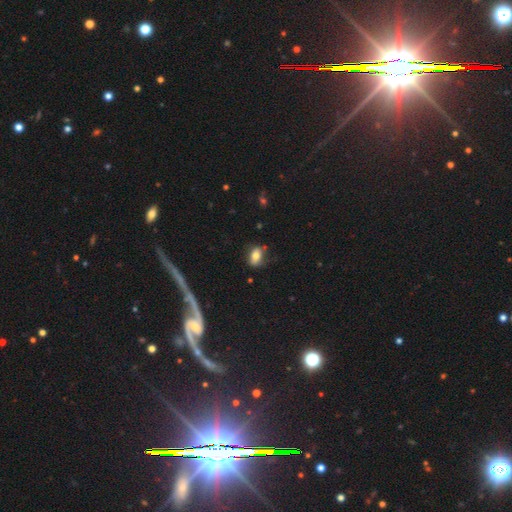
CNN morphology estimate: Smooth or featured? Predicted: smooth (p=0.73). How rounded? Predicted: in between (p=0.81). Merging? Predicted: none (p=0.71).